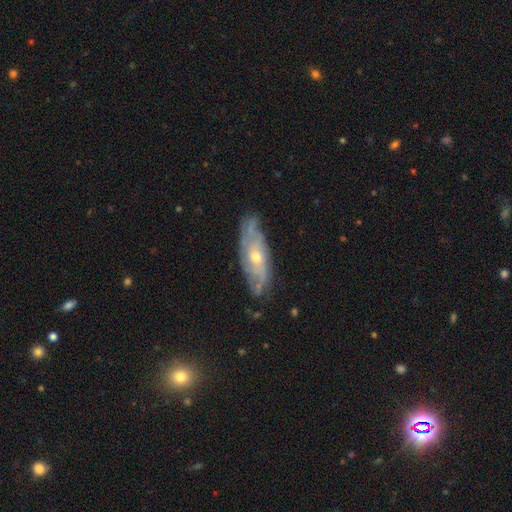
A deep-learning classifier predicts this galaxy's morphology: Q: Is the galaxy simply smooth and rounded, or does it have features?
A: featured or disk — 76%.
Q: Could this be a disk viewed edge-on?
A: no — 79%.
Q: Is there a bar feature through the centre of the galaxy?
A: no — 75%.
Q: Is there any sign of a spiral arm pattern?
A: yes — 84%.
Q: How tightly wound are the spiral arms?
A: tight — 50%.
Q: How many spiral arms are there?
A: can't tell — 52%.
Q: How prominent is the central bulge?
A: moderate — 56%.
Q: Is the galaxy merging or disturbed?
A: none — 69%.